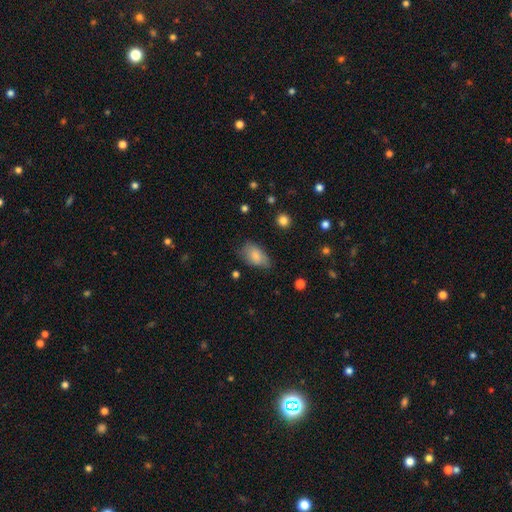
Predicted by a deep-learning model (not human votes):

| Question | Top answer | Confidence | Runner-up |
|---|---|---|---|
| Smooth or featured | smooth | 80% | featured or disk (13%) |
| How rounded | in between | 92% | round (6%) |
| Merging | none | 62% | minor disturbance (29%) |